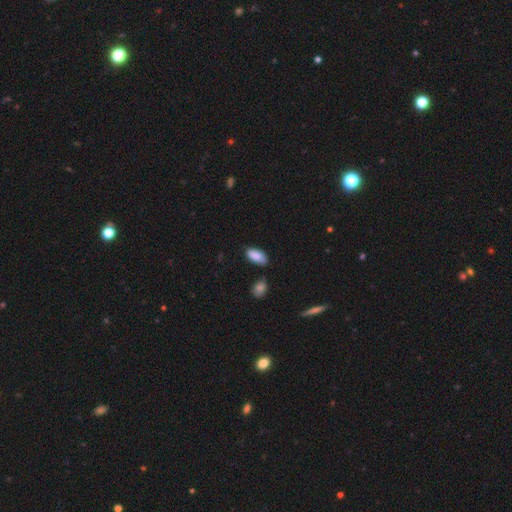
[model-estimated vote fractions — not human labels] Overall: smooth (87%). How rounded: in between (93%). Merging: none (66%).